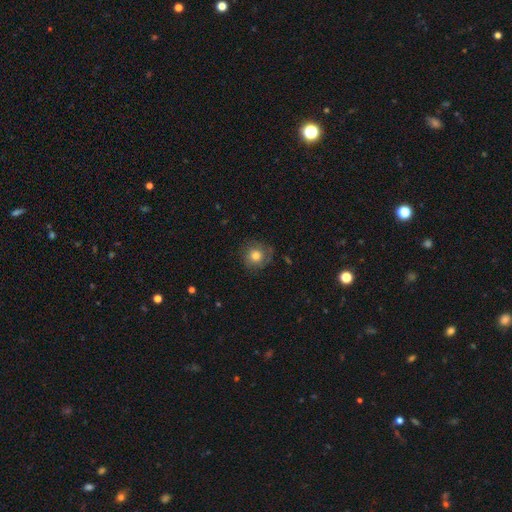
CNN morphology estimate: smooth-or-featured: smooth: 64% | featured or disk: 26% | star or artifact: 10%
  how-rounded: round: 90% | in between: 9% | cigar-shaped: 1%
  merging: none: 72% | minor disturbance: 18% | major disturbance: 8% | merger: 1%